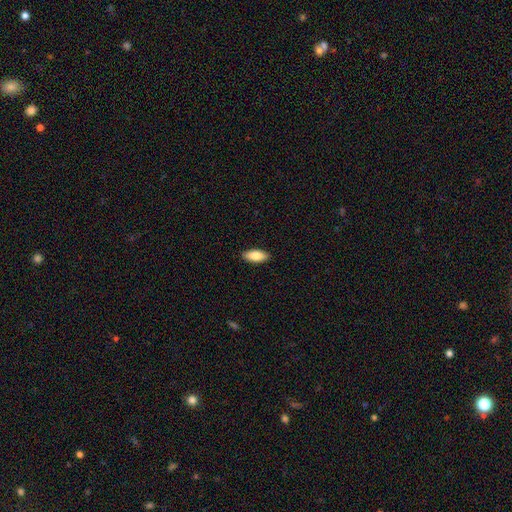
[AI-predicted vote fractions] This appears to be a smooth galaxy with no disk features (85%) that is in between round and cigar-shaped (84%). Merging: none (89%).